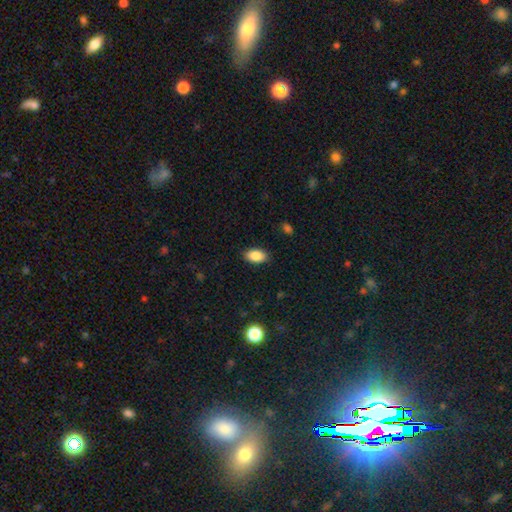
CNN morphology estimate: Smooth or featured? Predicted: smooth (p=0.88). How rounded? Predicted: in between (p=0.93). Merging? Predicted: none (p=0.88).